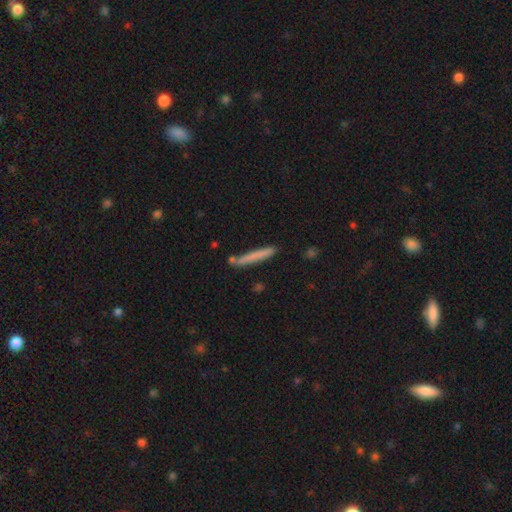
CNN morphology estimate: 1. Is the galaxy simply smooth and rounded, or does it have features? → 71% smooth, 22% featured or disk, 7% star or artifact.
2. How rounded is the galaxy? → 96% cigar-shaped, 3% in between, 1% round.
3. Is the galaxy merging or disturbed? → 82% none, 11% minor disturbance, 5% merger, 2% major disturbance.